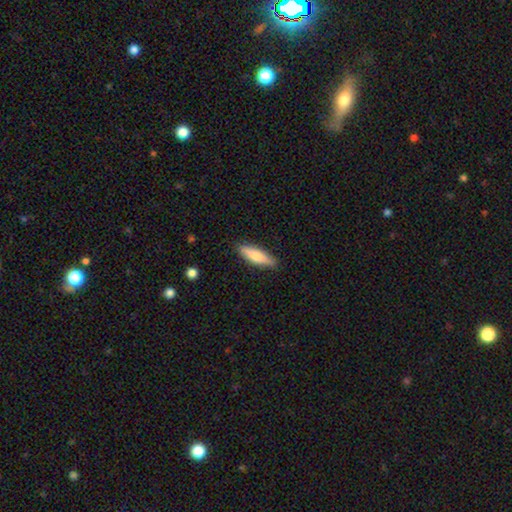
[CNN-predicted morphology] The model was most divided on "how rounded": cigar-shaped: 63%, in between: 35%, round: 2%. More confident: merging — none (86%); smooth or featured — smooth (72%).